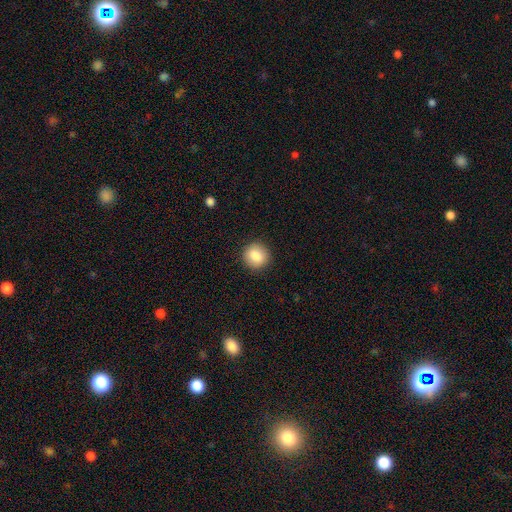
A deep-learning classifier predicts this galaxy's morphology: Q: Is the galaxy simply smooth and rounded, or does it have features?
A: smooth — 84%.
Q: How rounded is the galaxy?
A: round — 91%.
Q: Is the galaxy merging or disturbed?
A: none — 91%.